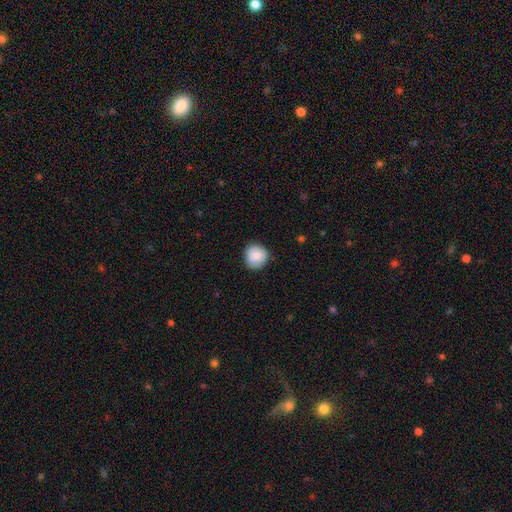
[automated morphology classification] Smooth or featured: smooth — 84% (featured or disk — 9%)
How rounded: round — 90% (in between — 9%)
Merging: none — 83% (minor disturbance — 13%)